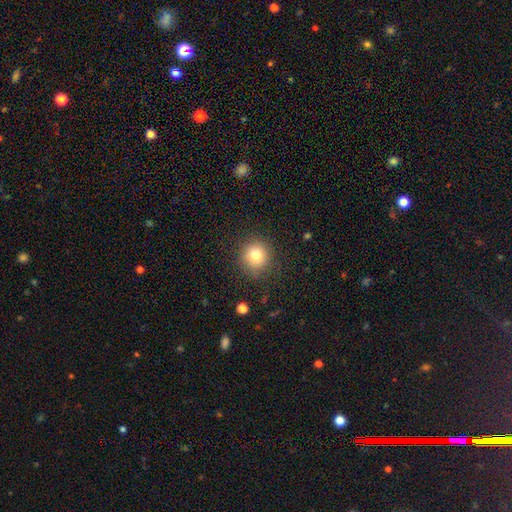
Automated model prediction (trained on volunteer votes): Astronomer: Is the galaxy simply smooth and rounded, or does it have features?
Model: smooth — 79%.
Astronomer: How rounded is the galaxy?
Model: round — 91%.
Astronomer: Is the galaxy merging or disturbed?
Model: none — 86%.